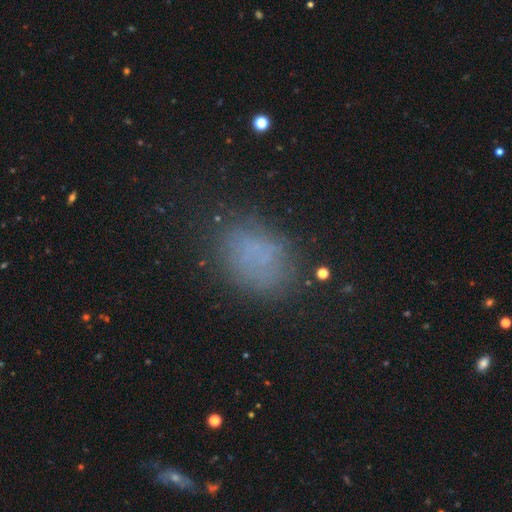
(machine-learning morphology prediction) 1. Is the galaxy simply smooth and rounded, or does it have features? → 68% smooth, 17% star or artifact, 14% featured or disk.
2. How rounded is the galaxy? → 75% in between, 24% round, 2% cigar-shaped.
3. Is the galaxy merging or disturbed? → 69% none, 19% minor disturbance, 10% major disturbance, 2% merger.